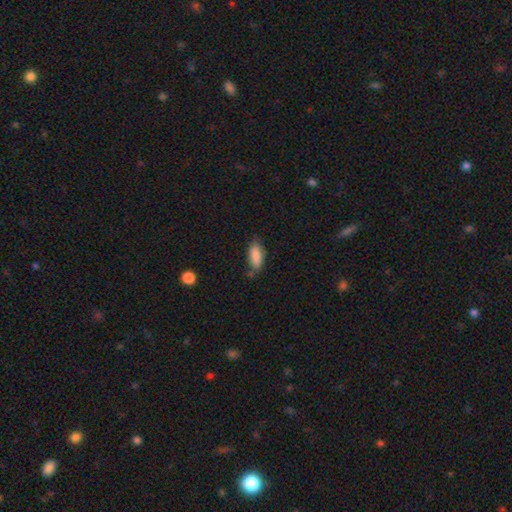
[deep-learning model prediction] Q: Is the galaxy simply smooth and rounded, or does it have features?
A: smooth — 87%.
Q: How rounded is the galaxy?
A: in between — 81%.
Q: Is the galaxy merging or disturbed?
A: none — 72%.